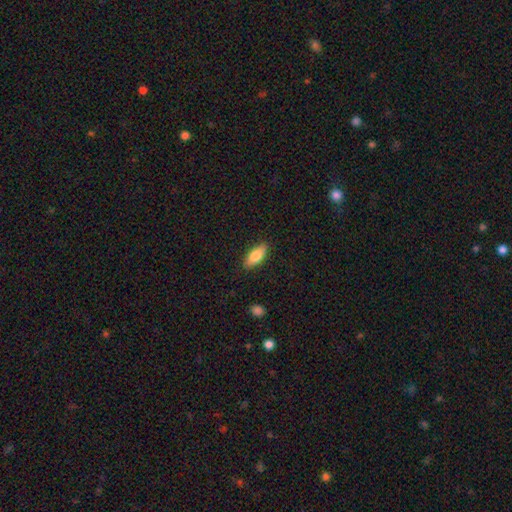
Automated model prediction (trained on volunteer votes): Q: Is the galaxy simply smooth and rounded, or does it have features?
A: smooth — 78%.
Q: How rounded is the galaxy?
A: in between — 75%.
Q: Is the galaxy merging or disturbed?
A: none — 88%.